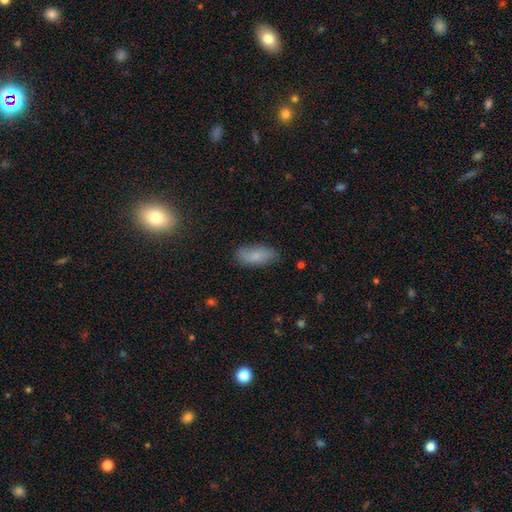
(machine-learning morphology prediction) Smooth or featured? smooth (79%)
How rounded? in between (84%)
Merging? none (74%)